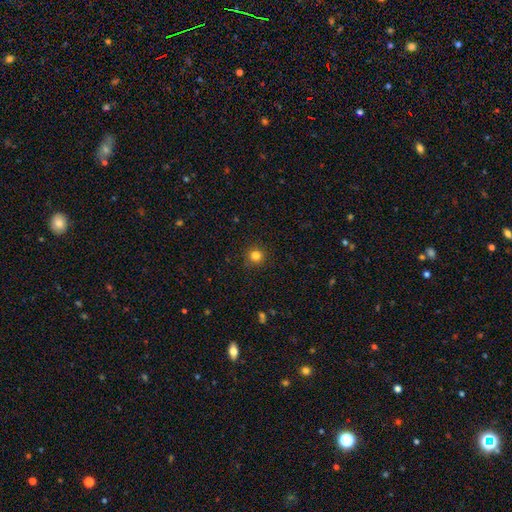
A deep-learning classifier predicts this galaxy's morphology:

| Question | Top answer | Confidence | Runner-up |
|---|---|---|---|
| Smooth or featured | smooth | 82% | star or artifact (13%) |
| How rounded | round | 94% | in between (5%) |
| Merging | none | 91% | minor disturbance (6%) |